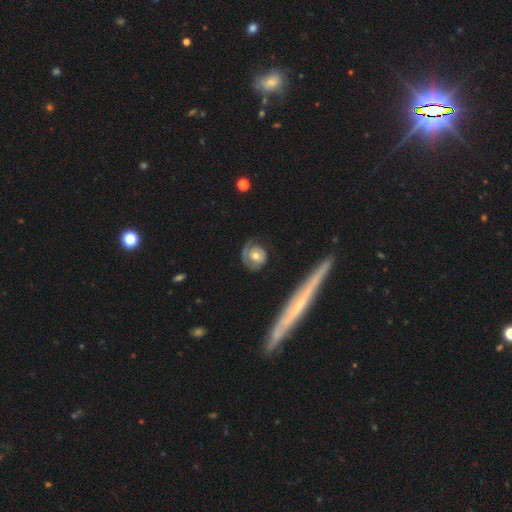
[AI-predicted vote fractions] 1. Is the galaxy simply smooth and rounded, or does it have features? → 60% featured or disk, 34% smooth, 6% star or artifact.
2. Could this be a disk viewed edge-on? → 93% no, 7% yes.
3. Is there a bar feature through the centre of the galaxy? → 78% no, 16% weak, 5% strong.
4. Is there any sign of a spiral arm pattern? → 71% yes, 29% no.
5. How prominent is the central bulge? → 71% moderate, 18% small, 8% large, 2% none, 1% dominant.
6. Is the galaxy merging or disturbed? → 62% none, 21% minor disturbance, 14% major disturbance, 3% merger.